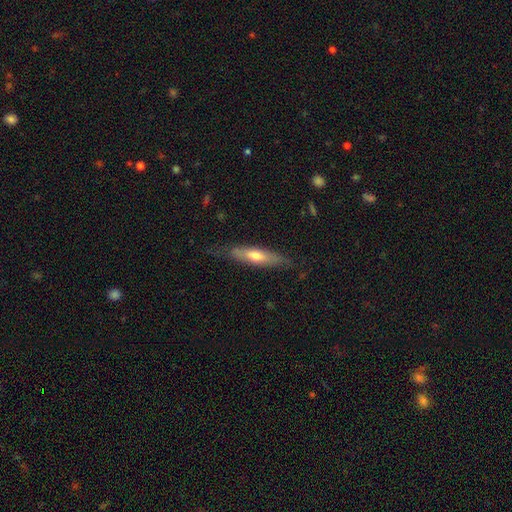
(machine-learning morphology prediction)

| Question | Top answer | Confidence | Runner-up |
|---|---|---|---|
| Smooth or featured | smooth | 51% | featured or disk (43%) |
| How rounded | cigar-shaped | 70% | in between (28%) |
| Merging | none | 73% | minor disturbance (20%) |